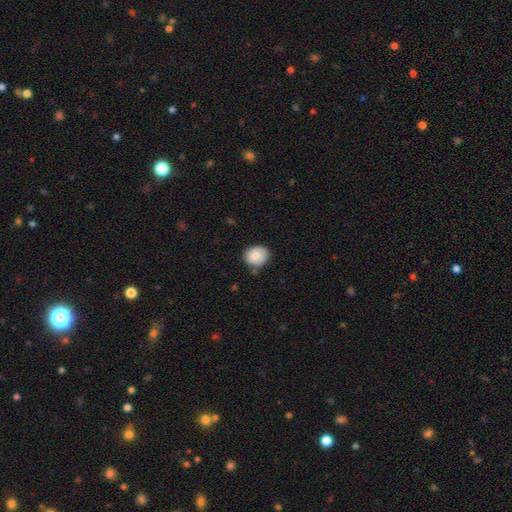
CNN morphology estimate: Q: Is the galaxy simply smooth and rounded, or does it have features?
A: smooth — 85%.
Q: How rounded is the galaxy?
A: round — 71%.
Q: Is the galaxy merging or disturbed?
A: none — 70%.